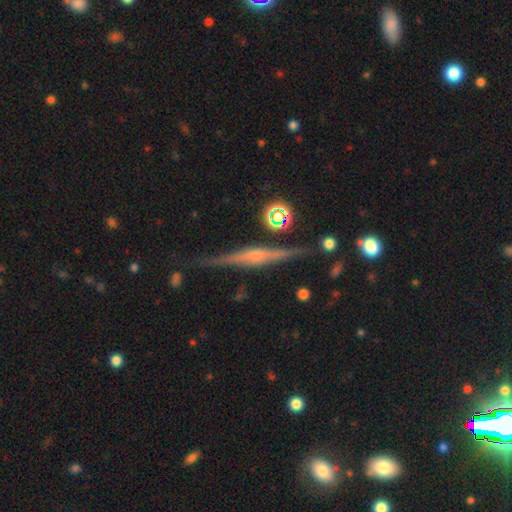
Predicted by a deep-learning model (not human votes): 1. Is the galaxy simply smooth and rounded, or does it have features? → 82% featured or disk, 10% smooth, 8% star or artifact.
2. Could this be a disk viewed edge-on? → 98% yes, 2% no.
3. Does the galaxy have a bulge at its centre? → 74% rounded, 15% boxy, 11% none.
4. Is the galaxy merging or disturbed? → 87% none, 9% minor disturbance, 2% major disturbance, 2% merger.